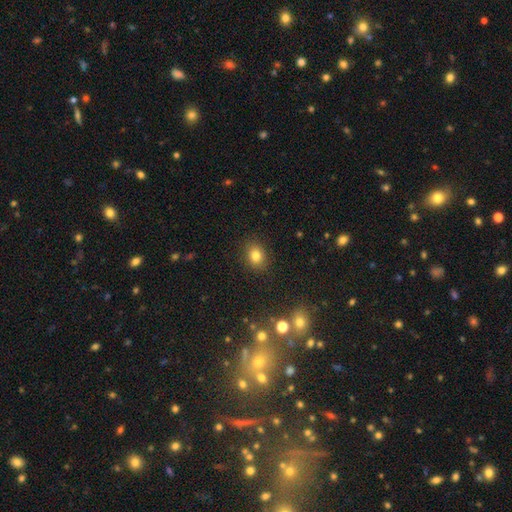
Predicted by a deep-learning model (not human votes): Overall: smooth (80%). How rounded: round (56%; in between 43%). Merging: none (88%).